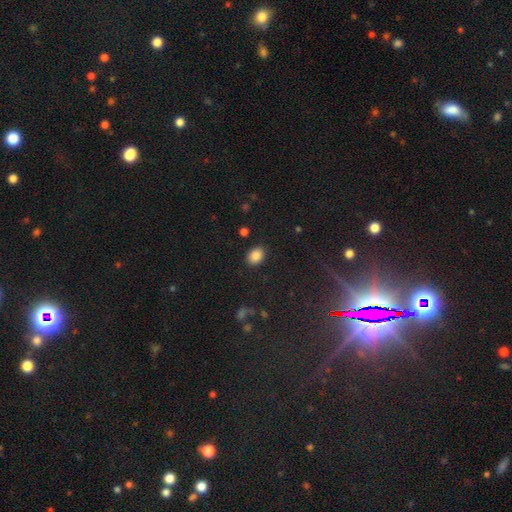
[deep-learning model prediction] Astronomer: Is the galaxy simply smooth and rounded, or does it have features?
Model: smooth — 86%.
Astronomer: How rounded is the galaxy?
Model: in between — 67%.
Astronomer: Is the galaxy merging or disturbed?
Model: none — 87%.